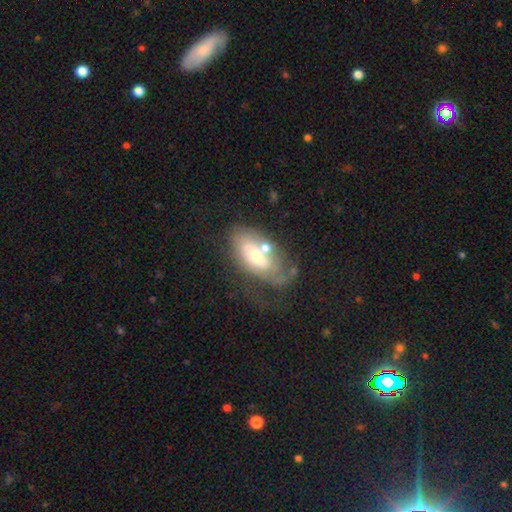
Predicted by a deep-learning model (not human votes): Smooth or featured?
  - featured or disk: 52% *
  - smooth: 40%
  - star or artifact: 8%
Edge-on disk?
  - no: 88% *
  - yes: 12%
Merging?
  - none: 31% *
  - merger: 25%
  - major disturbance: 24%
  - minor disturbance: 21%